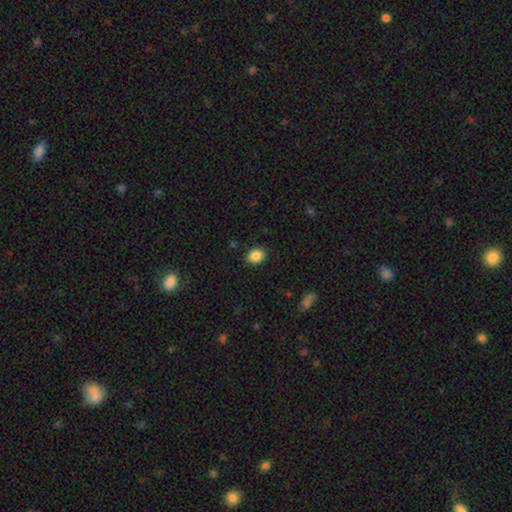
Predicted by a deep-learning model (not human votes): This is clearly a smooth galaxy (87%). How rounded: likely in between (66%). Merging: clearly none (88%).